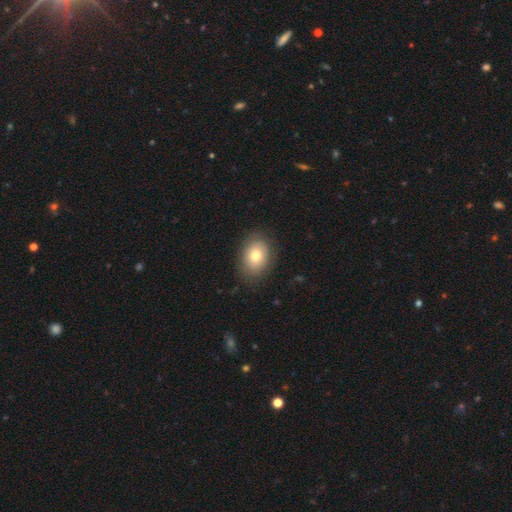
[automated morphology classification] type=smooth (76%); roundness=in between (72%); merging=none (83%).